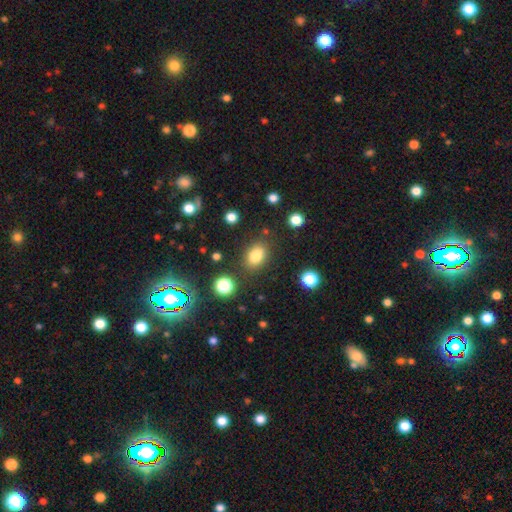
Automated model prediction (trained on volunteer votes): smooth_or_featured: smooth (p=0.81) [alt: star or artifact p=0.12]
how_rounded: in between (p=0.74) [alt: round p=0.24]
merging: none (p=0.81) [alt: minor disturbance p=0.11]